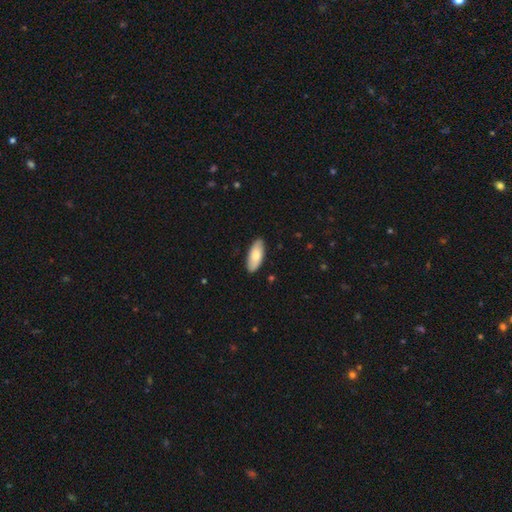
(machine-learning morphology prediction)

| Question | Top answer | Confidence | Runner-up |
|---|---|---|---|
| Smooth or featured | smooth | 78% | featured or disk (17%) |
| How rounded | in between | 83% | cigar-shaped (15%) |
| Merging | none | 89% | minor disturbance (9%) |